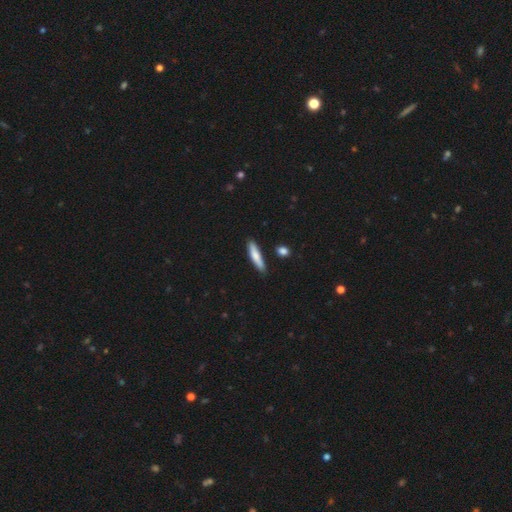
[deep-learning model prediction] Q: Smooth or featured?
A: smooth (75%); runner-up: featured or disk (19%)
Q: How rounded?
A: cigar-shaped (82%); runner-up: in between (16%)
Q: Merging?
A: none (84%); runner-up: minor disturbance (11%)